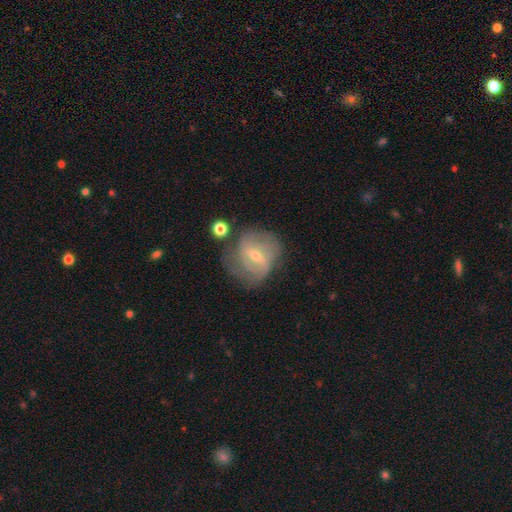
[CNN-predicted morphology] Smooth or featured? featured or disk (72%)
Edge-on disk? no (96%)
Bar? weak (52%)
Spiral arms? yes (80%)
Spiral winding? tight (40%)
Spiral arm count? 2 (41%)
Bulge size? small (53%)
Merging? none (58%)